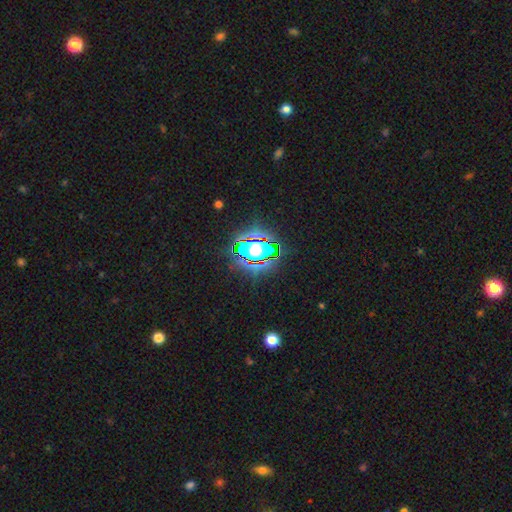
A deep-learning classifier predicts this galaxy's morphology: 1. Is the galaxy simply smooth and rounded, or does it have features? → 64% star or artifact, 23% smooth, 13% featured or disk.